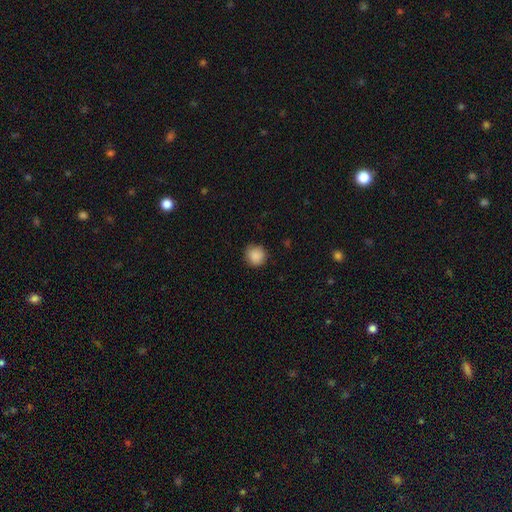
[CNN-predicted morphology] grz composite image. It shows a smooth galaxy with no disk features (89%) that is round (91%). Merging: none (87%).